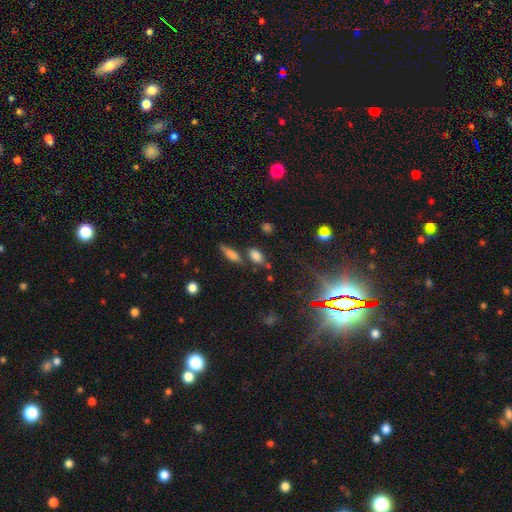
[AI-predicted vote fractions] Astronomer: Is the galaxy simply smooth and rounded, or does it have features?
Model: smooth — 77%.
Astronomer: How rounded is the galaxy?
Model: in between — 83%.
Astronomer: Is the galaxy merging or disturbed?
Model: none — 64%.